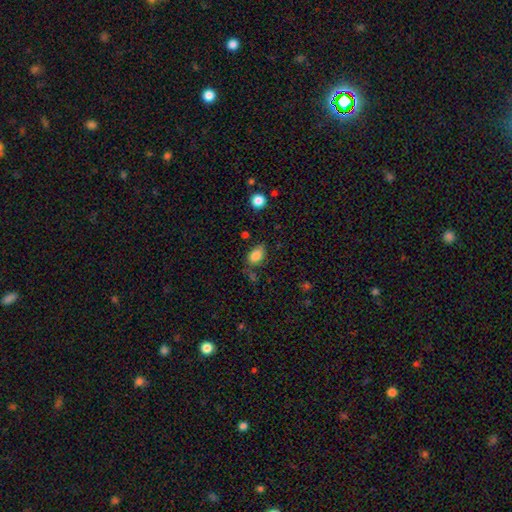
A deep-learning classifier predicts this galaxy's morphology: type=smooth (84%); roundness=in between (85%); merging=none (66%).